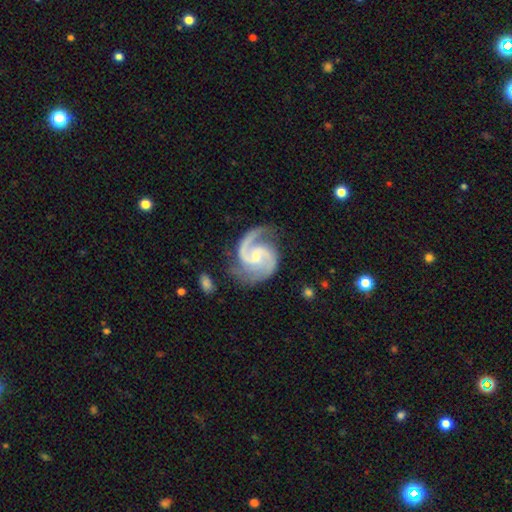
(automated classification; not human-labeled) The model was most divided on "bar": no: 49%, weak: 39%, strong: 11%. More confident: spiral arms — yes (99%); edge-on disk — no (98%); smooth or featured — featured or disk (94%); spiral arm count — 2 (91%); merging — none (73%); spiral winding — medium (62%); bulge size — small (62%).